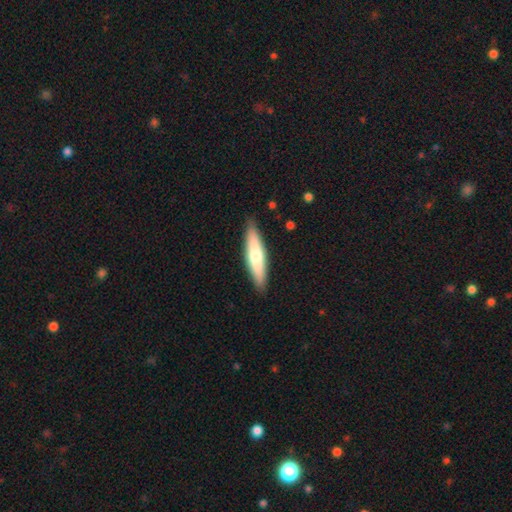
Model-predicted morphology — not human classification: A smooth galaxy with no disk features (63%) that is cigar-shaped (76%). Merging: none (88%).